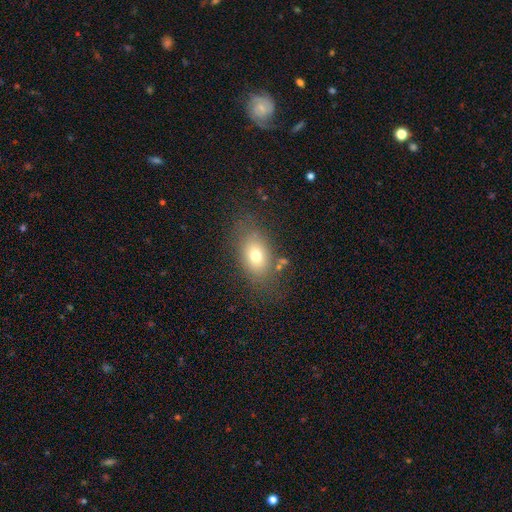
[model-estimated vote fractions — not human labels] A smooth galaxy with no disk features (71%) that is in between round and cigar-shaped (79%).

Vote fractions:
- Smooth or featured? smooth: 71% / featured or disk: 17% / star or artifact: 12%
- How rounded? in between: 79% / round: 19% / cigar-shaped: 2%
- Merging? none: 73% / minor disturbance: 15% / major disturbance: 8% / merger: 3%